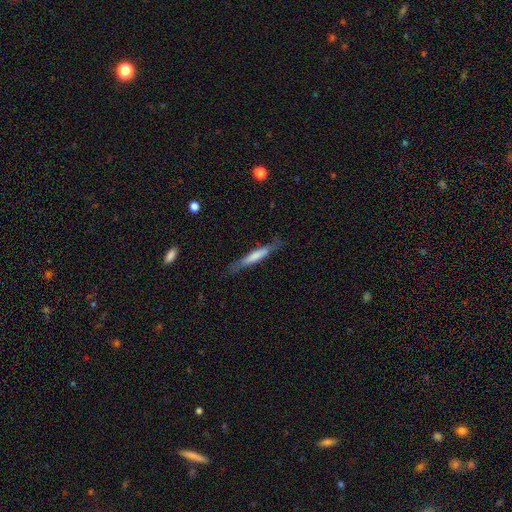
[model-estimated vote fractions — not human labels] Smooth or featured?
  - smooth: 61% *
  - featured or disk: 33%
  - star or artifact: 6%
How rounded?
  - cigar-shaped: 91% *
  - in between: 7%
  - round: 1%
Merging?
  - none: 78% *
  - minor disturbance: 16%
  - major disturbance: 5%
  - merger: 2%